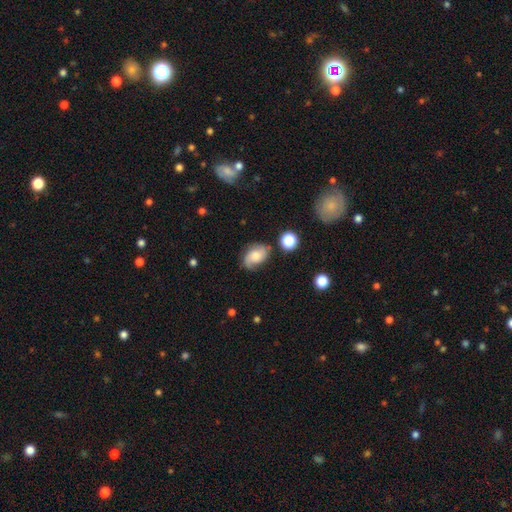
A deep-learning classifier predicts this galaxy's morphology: Smooth or featured?
  - featured or disk: 53% *
  - smooth: 37%
  - star or artifact: 10%
Edge-on disk?
  - no: 96% *
  - yes: 4%
Bar?
  - no: 69% *
  - weak: 27%
  - strong: 4%
Spiral arms?
  - yes: 90% *
  - no: 10%
Bulge size?
  - moderate: 46% *
  - small: 27%
  - large: 15%
  - none: 9%
  - dominant: 3%
Merging?
  - none: 69% *
  - minor disturbance: 21%
  - major disturbance: 7%
  - merger: 4%